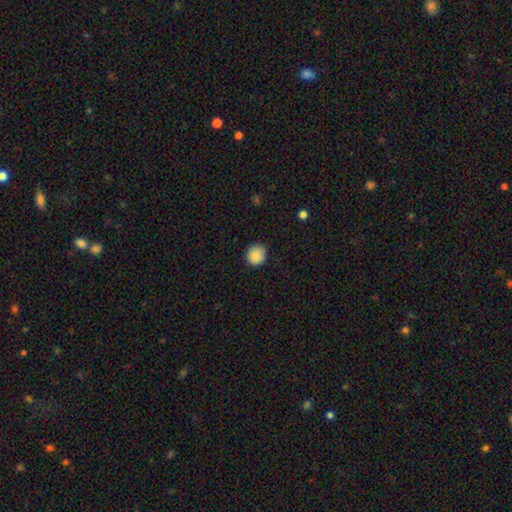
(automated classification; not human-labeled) Morphology: type=smooth (85%); roundness=round (85%); merging=none (87%).